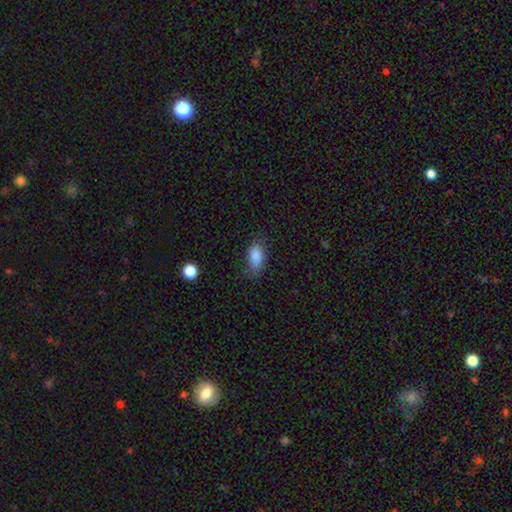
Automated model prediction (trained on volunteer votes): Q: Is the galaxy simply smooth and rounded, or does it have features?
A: smooth — 86%.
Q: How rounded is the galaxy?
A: in between — 88%.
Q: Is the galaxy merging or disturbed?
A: none — 71%.